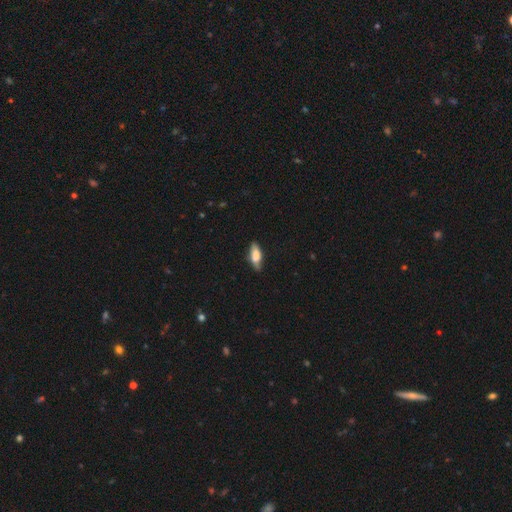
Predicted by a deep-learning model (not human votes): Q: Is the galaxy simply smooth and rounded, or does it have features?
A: smooth — 72%.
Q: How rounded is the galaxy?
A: in between — 73%.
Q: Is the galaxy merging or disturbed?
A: none — 74%.